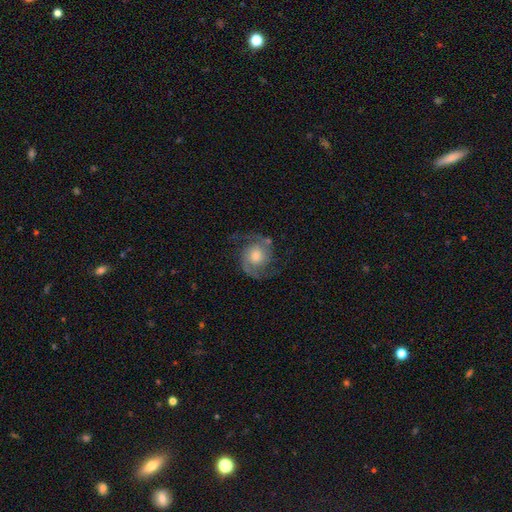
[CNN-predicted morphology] Overall: featured or disk (86%). Edge-on disk: no (98%). Bar: no (71%). Spiral arms: yes (97%). Spiral arm count: 2 (92%). Spiral winding: medium (55%; tight 26%). Bulge size: moderate (57%; small 24%). Merging: none (77%).